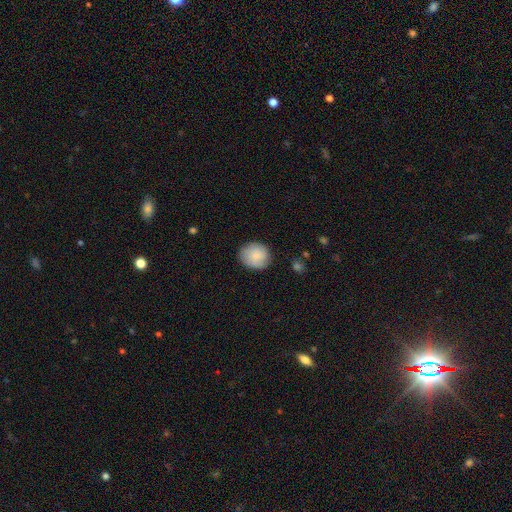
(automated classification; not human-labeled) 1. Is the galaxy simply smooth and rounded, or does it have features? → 84% smooth, 9% featured or disk, 6% star or artifact.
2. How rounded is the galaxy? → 74% round, 25% in between, 1% cigar-shaped.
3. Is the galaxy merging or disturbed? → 82% none, 14% minor disturbance, 3% major disturbance, 1% merger.